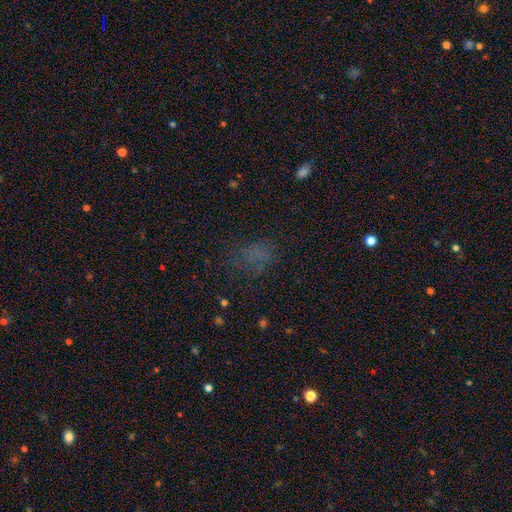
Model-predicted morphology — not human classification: Smooth or featured: smooth — 56% (star or artifact — 29%)
How rounded: in between — 68% (round — 29%)
Merging: none — 56% (major disturbance — 21%)